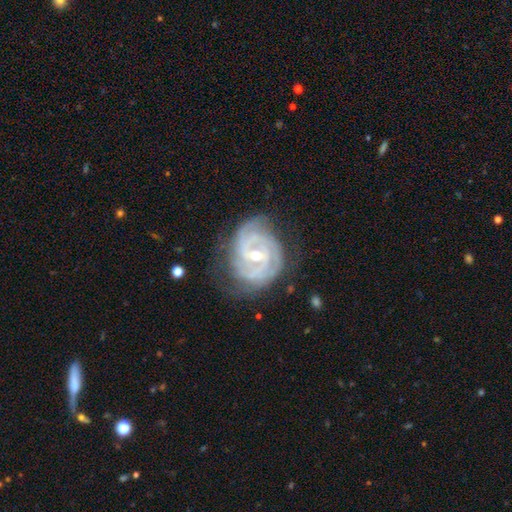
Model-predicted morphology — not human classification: Smooth or featured? featured or disk (90%)
Edge-on disk? no (97%)
Bar? weak (47%)
Spiral arms? yes (97%)
Spiral winding? tight (72%)
Spiral arm count? 3 (29%)
Bulge size? moderate (52%)
Merging? none (71%)